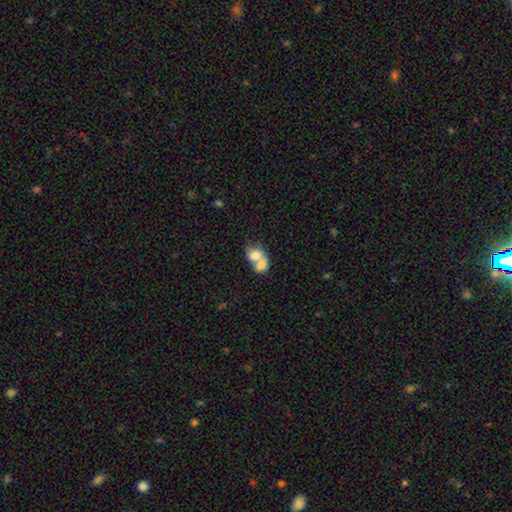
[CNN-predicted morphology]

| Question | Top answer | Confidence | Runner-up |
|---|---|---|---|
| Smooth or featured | smooth | 73% | featured or disk (20%) |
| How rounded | in between | 66% | round (33%) |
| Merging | merger | 77% | none (13%) |